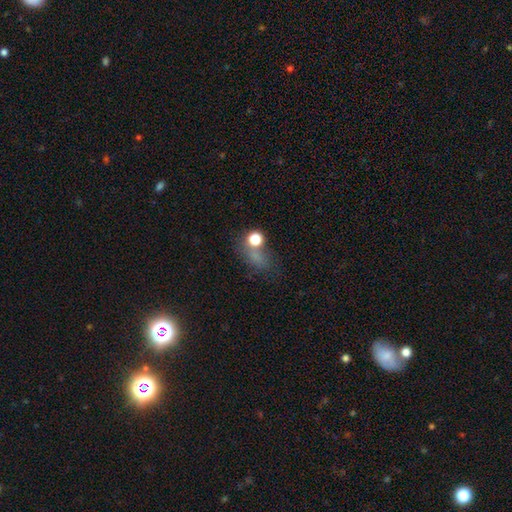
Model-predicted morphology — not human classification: smooth-or-featured: smooth: 56% | star or artifact: 31% | featured or disk: 13%
  how-rounded: round: 54% | in between: 42% | cigar-shaped: 4%
  merging: none: 43% | major disturbance: 22% | merger: 17% | minor disturbance: 17%